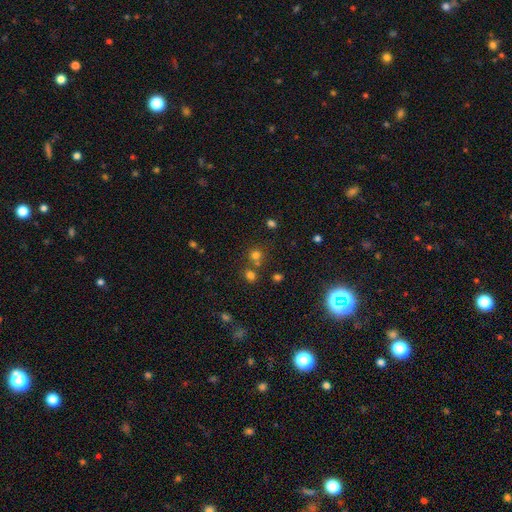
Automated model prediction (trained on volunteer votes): Smooth or featured? smooth (68%)
How rounded? round (88%)
Merging? none (66%)